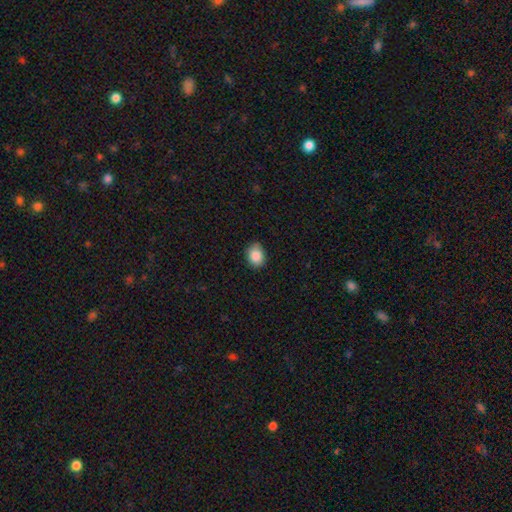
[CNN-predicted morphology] This is clearly a smooth galaxy (87%). How rounded: likely in between (61%). Merging: clearly none (80%).